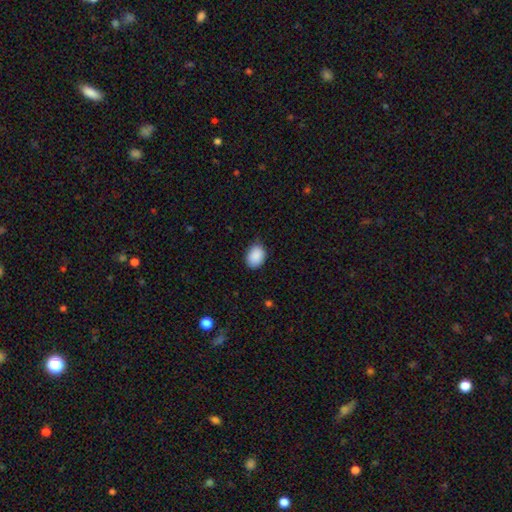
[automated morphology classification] Overall: smooth (90%). How rounded: in between (67%; round 32%). Merging: none (77%).